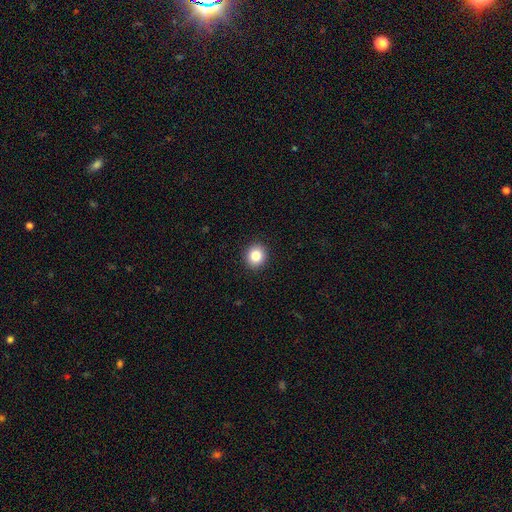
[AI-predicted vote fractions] Smooth or featured: smooth — 84% (star or artifact — 10%)
How rounded: round — 84% (in between — 15%)
Merging: none — 92% (minor disturbance — 5%)